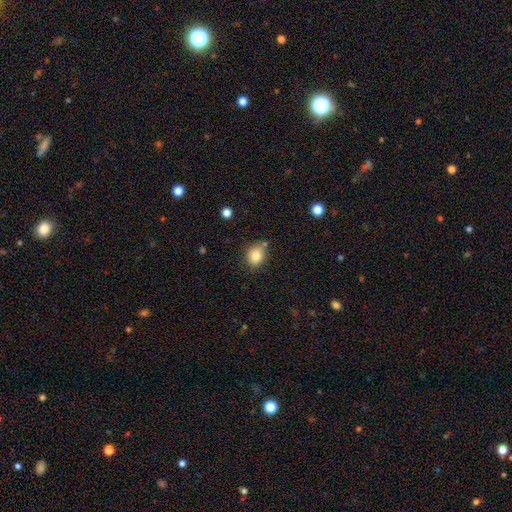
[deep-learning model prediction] This is clearly a smooth galaxy (81%). How rounded: possibly round (58%). Merging: likely none (67%).